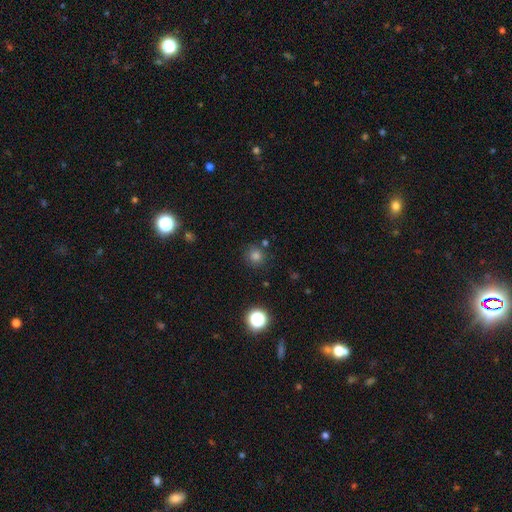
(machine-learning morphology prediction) smooth 78%, star or artifact 16%, featured or disk 5%. Down the decision tree: how rounded — round (90%); merging — none (82%).